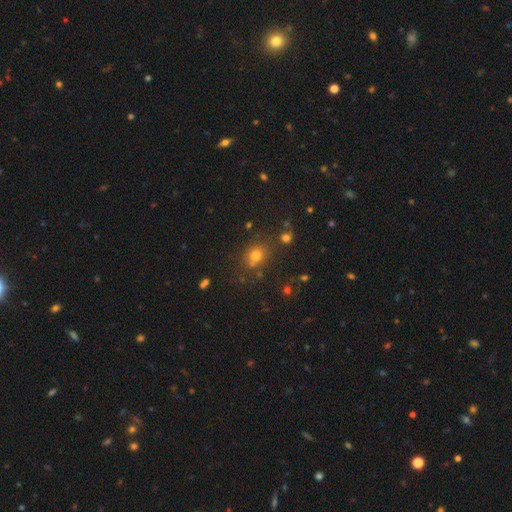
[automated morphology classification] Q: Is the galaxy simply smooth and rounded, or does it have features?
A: smooth — 68%.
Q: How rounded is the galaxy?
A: round — 60%.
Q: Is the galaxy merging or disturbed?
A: none — 73%.